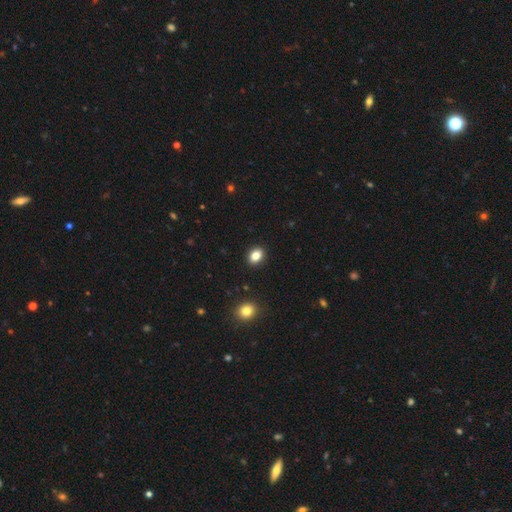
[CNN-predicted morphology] Smooth or featured? smooth (83%)
How rounded? in between (60%)
Merging? none (91%)